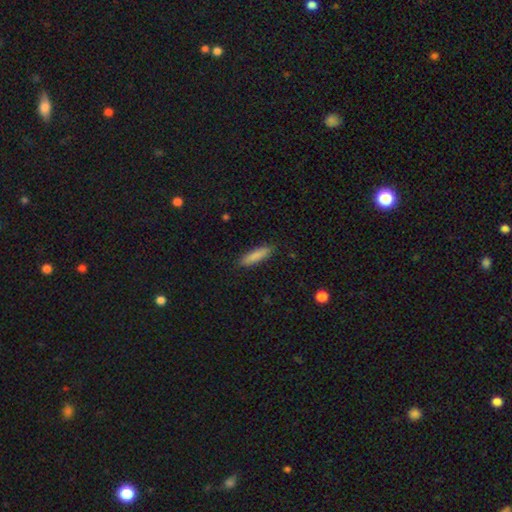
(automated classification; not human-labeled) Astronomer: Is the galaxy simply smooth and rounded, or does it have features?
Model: smooth — 86%.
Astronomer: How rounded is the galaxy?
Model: cigar-shaped — 73%.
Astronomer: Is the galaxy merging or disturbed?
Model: none — 88%.